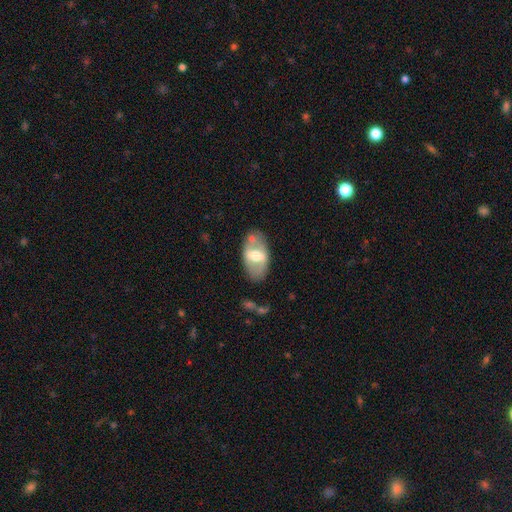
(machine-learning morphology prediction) Q: Smooth or featured?
A: featured or disk (55%); runner-up: smooth (39%)
Q: Edge-on disk?
A: no (85%); runner-up: yes (15%)
Q: Merging?
A: none (72%); runner-up: minor disturbance (16%)